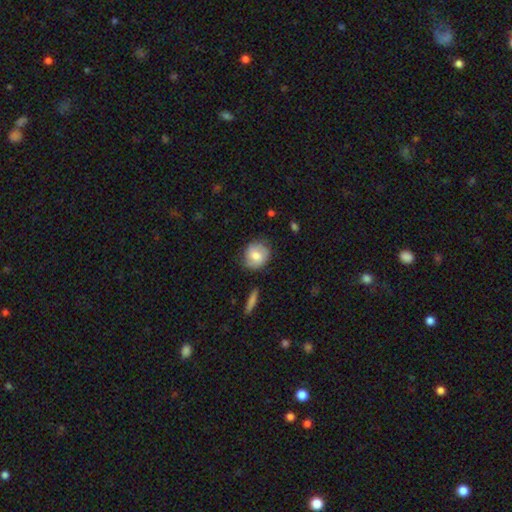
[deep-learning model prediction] Q: Smooth or featured?
A: smooth (65%); runner-up: featured or disk (28%)
Q: How rounded?
A: round (77%); runner-up: in between (22%)
Q: Merging?
A: none (77%); runner-up: minor disturbance (17%)